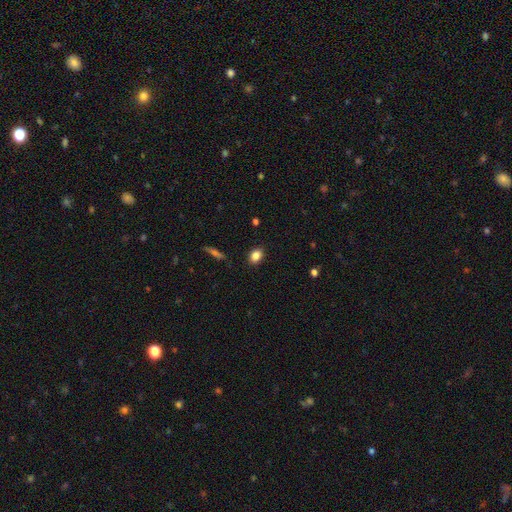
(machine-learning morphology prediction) This appears to be a smooth galaxy with no disk features (84%) that is in between round and cigar-shaped (67%). Merging: none (88%).